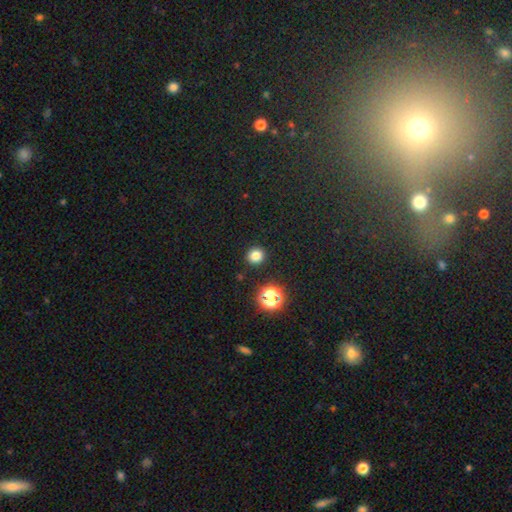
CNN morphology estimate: Smooth or featured? Predicted: smooth (p=0.80). How rounded? Predicted: round (p=0.90). Merging? Predicted: none (p=0.91).